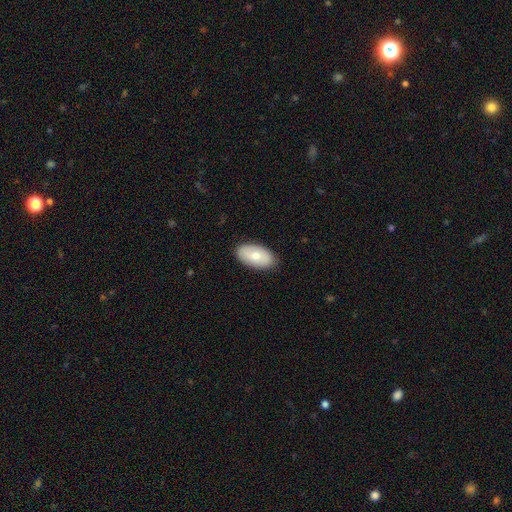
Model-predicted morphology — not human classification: Smooth or featured? smooth (71%)
How rounded? in between (95%)
Merging? none (87%)